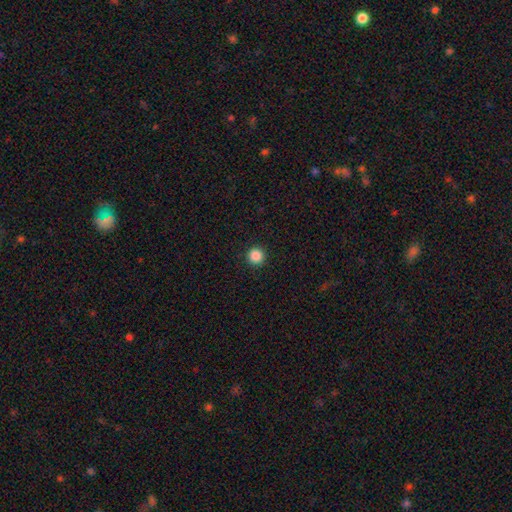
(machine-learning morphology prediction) type=smooth (86%); roundness=round (96%); merging=none (94%).